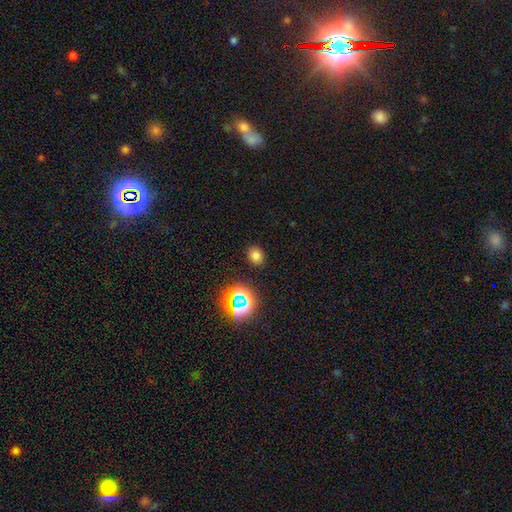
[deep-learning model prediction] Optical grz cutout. It shows a smooth galaxy with no disk features (72%) that is in between round and cigar-shaped (53%). Merging: none (88%).